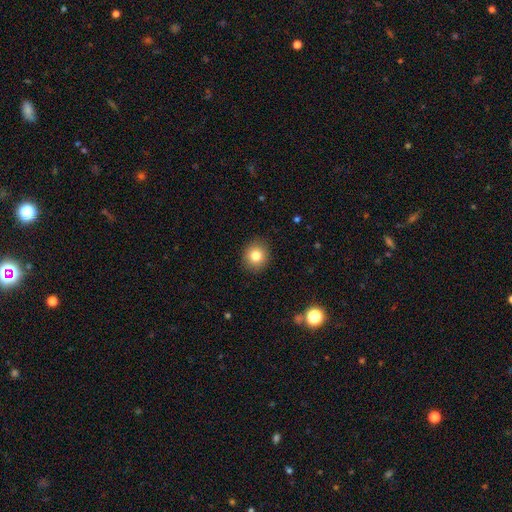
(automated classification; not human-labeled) Smooth or featured?
  - smooth: 81% *
  - star or artifact: 11%
  - featured or disk: 8%
How rounded?
  - round: 82% *
  - in between: 17%
  - cigar-shaped: 1%
Merging?
  - none: 90% *
  - minor disturbance: 7%
  - major disturbance: 2%
  - merger: 1%